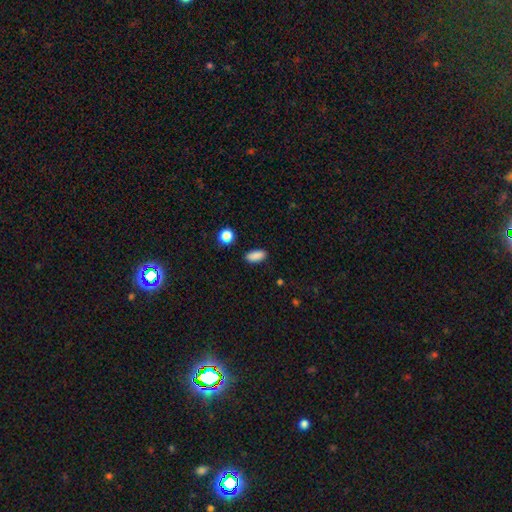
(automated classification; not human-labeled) Q: Smooth or featured?
A: smooth (88%); runner-up: star or artifact (9%)
Q: How rounded?
A: in between (84%); runner-up: cigar-shaped (11%)
Q: Merging?
A: none (88%); runner-up: minor disturbance (8%)